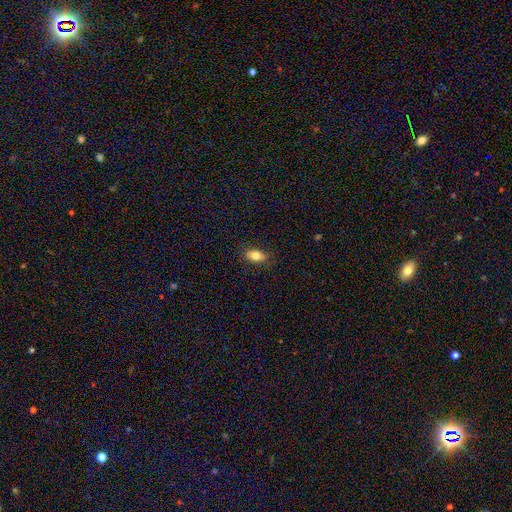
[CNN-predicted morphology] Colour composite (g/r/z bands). It shows a smooth galaxy with no disk features (78%) that is in between round and cigar-shaped (85%). Merging: none (83%).